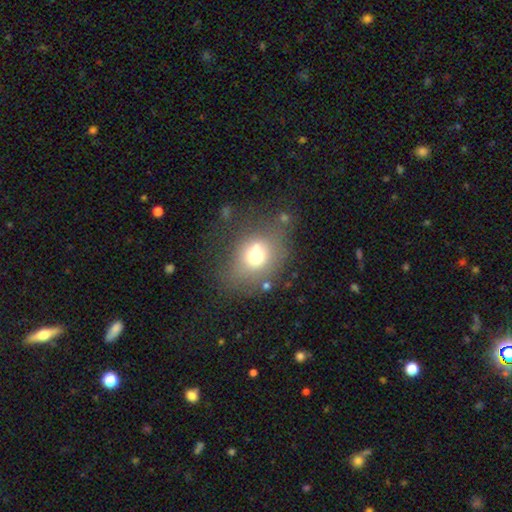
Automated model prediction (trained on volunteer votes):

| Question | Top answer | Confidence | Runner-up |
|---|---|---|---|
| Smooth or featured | smooth | 66% | featured or disk (18%) |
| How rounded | round | 61% | in between (38%) |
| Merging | none | 57% | minor disturbance (20%) |